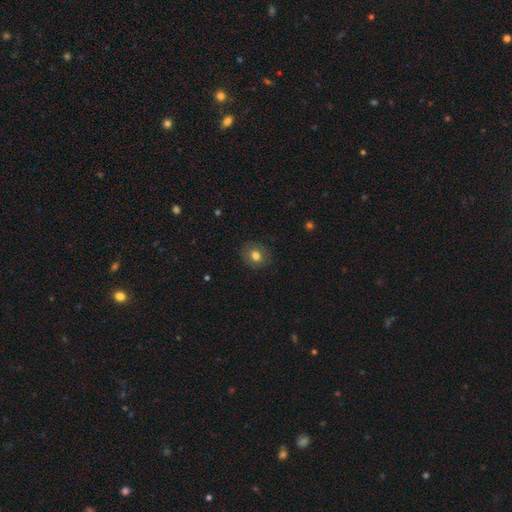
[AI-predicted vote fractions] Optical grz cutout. It shows a smooth galaxy with no disk features (77%) that is round (68%). Merging: none (87%).